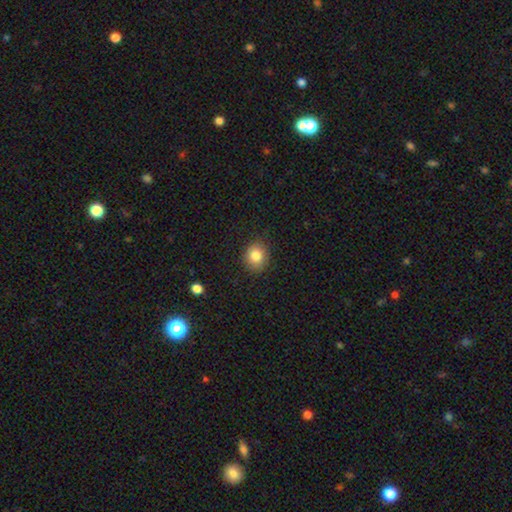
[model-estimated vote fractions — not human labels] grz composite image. It shows a smooth galaxy with no disk features (84%) that is round (73%). Merging: none (87%).